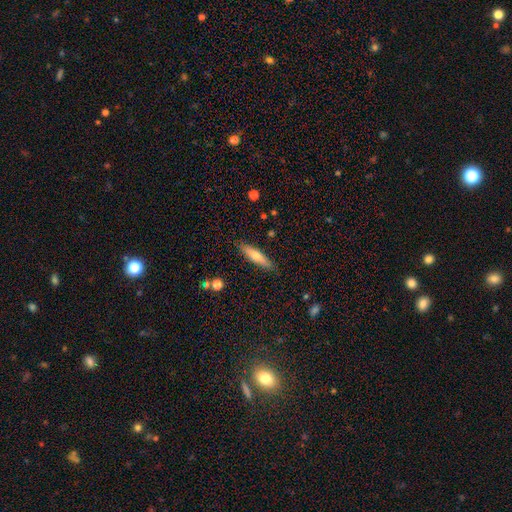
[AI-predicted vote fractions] Overall: smooth (59%; featured or disk 35%). How rounded: cigar-shaped (80%). Merging: none (88%).